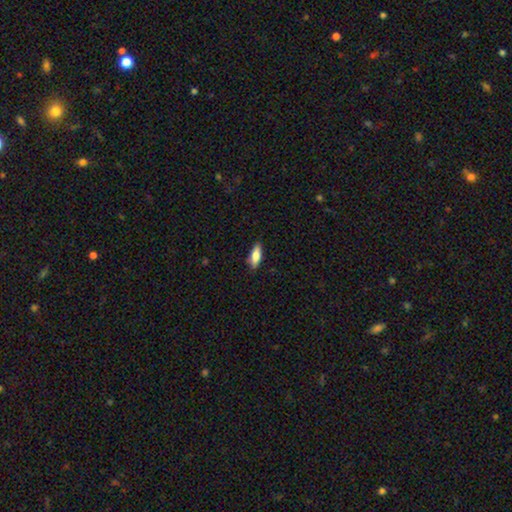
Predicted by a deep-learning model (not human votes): Morphology: type=smooth (79%); roundness=in between (66%); merging=none (87%).